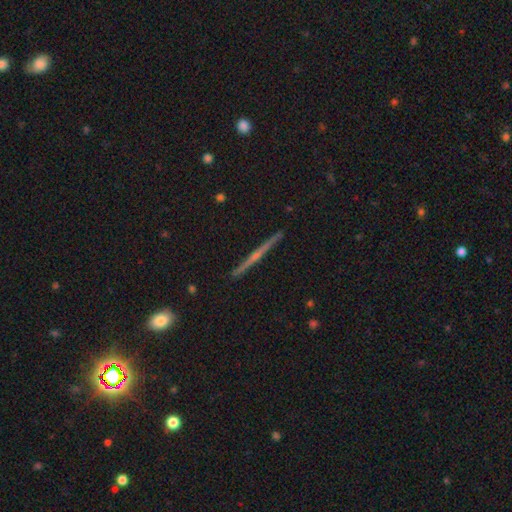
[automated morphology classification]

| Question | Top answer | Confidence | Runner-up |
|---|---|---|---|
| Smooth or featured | featured or disk | 76% | smooth (17%) |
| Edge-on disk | yes | 98% | no (2%) |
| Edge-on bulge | rounded | 62% | none (32%) |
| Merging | none | 92% | minor disturbance (6%) |